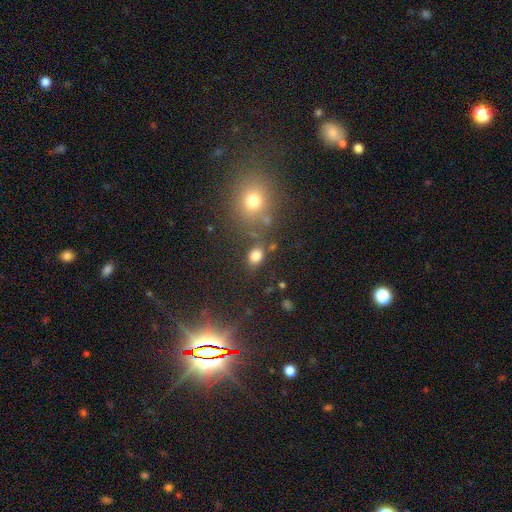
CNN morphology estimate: smooth-or-featured: smooth: 80% | star or artifact: 14% | featured or disk: 6%
  how-rounded: in between: 63% | round: 35% | cigar-shaped: 1%
  merging: none: 76% | minor disturbance: 12% | merger: 7% | major disturbance: 5%